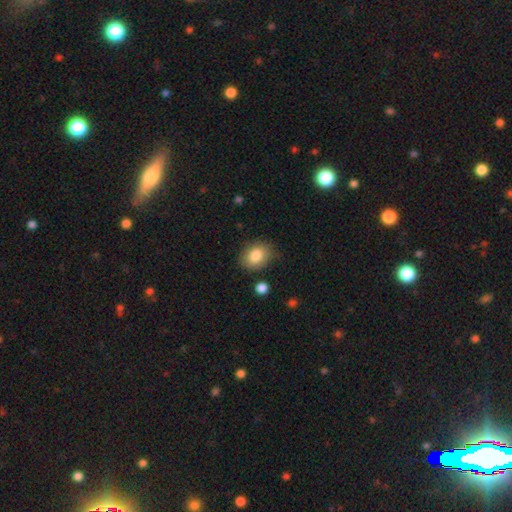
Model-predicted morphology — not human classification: A smooth galaxy with no disk features (83%) that is in between round and cigar-shaped (62%).

Vote fractions:
- Smooth or featured? smooth: 83% / featured or disk: 9% / star or artifact: 8%
- How rounded? in between: 62% / round: 37% / cigar-shaped: 1%
- Merging? none: 81% / minor disturbance: 14% / major disturbance: 3% / merger: 2%